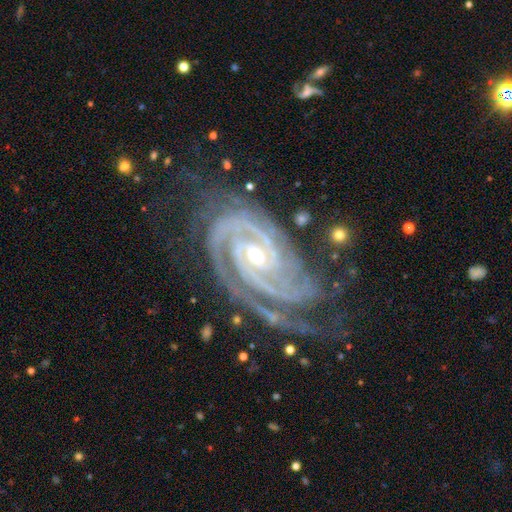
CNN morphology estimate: Smooth or featured?
  - featured or disk: 93% *
  - star or artifact: 5%
  - smooth: 2%
Edge-on disk?
  - no: 97% *
  - yes: 3%
Bar?
  - no: 38% *
  - weak: 35%
  - strong: 26%
Spiral arms?
  - yes: 99% *
  - no: 1%
Spiral winding?
  - tight: 79% *
  - medium: 19%
  - loose: 2%
Spiral arm count?
  - 2: 45% *
  - 3: 29%
  - 4: 9%
  - can't tell: 8%
  - more than 4: 5%
  - 1: 5%
Bulge size?
  - small: 51% *
  - moderate: 45%
  - large: 2%
  - none: 1%
  - dominant: 1%
Merging?
  - none: 63% *
  - minor disturbance: 23%
  - major disturbance: 10%
  - merger: 3%